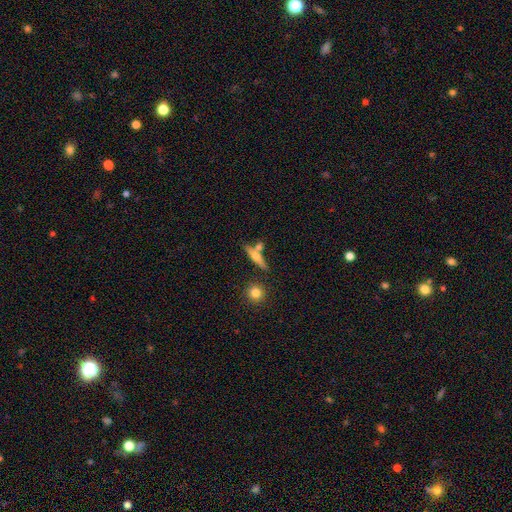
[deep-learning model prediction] Smooth or featured?
  - featured or disk: 49% *
  - smooth: 43%
  - star or artifact: 8%
Merging?
  - none: 66% *
  - merger: 19%
  - minor disturbance: 12%
  - major disturbance: 4%